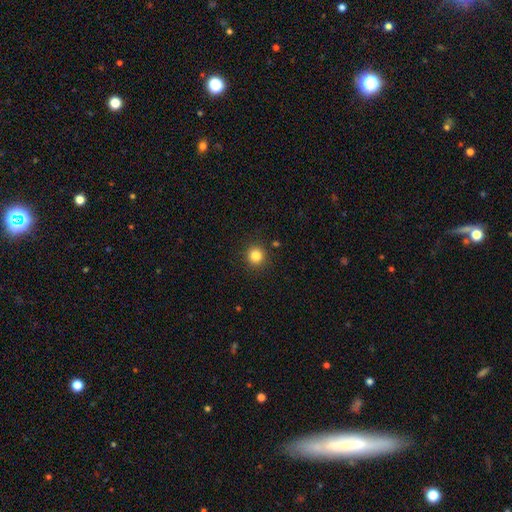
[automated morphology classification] This is clearly a smooth galaxy (84%). How rounded: clearly round (93%). Merging: clearly none (90%).